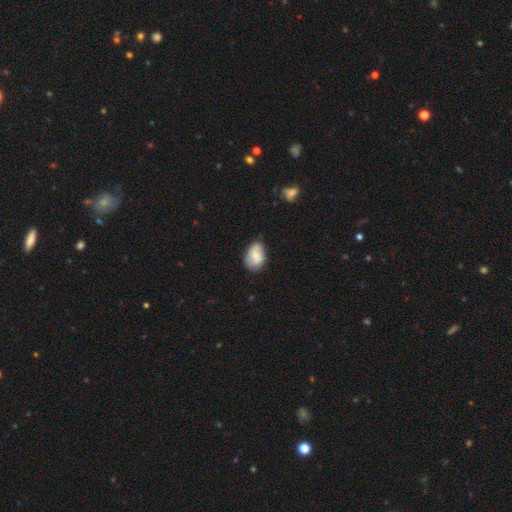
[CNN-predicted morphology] smooth 69%, featured or disk 23%, star or artifact 8%. Down the decision tree: how rounded — in between (84%); merging — none (61%).